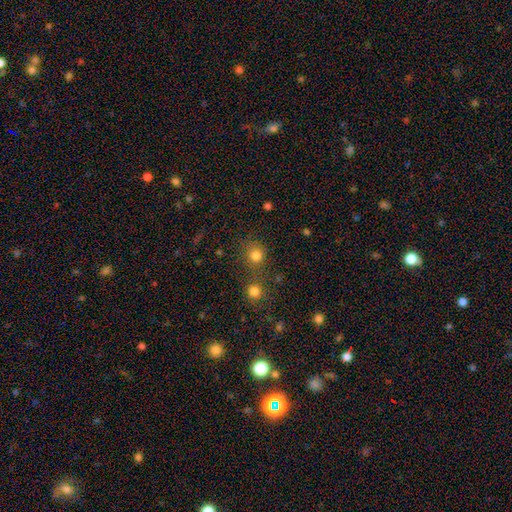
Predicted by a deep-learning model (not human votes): Q: Smooth or featured?
A: smooth (80%); runner-up: star or artifact (15%)
Q: How rounded?
A: round (89%); runner-up: in between (10%)
Q: Merging?
A: none (68%); runner-up: merger (19%)